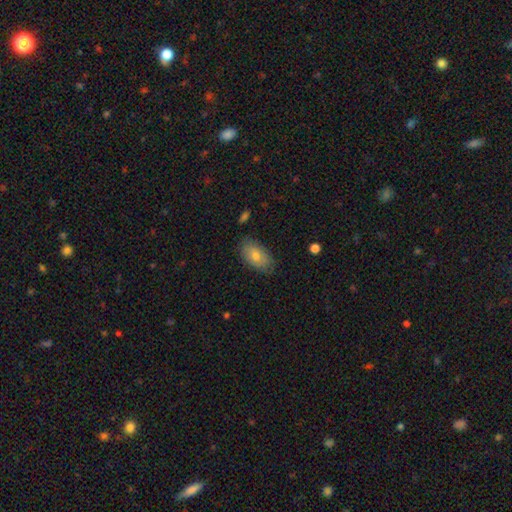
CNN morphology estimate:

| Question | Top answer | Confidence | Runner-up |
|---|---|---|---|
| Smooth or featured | smooth | 71% | featured or disk (21%) |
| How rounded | in between | 92% | round (5%) |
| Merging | none | 80% | minor disturbance (16%) |